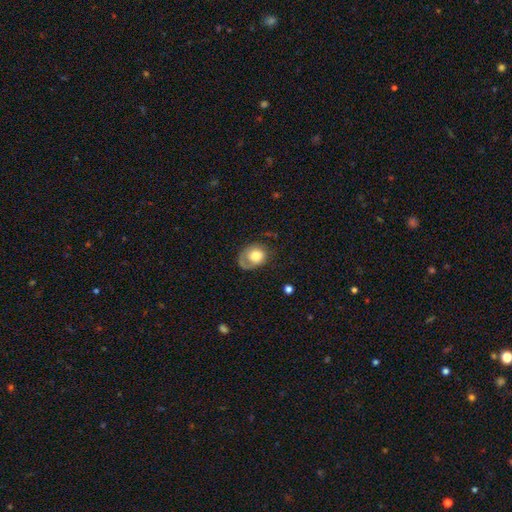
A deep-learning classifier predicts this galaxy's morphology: smooth_or_featured: smooth (p=0.66) [alt: featured or disk p=0.26]
how_rounded: round (p=0.52) [alt: in between p=0.47]
merging: none (p=0.45) [alt: minor disturbance p=0.27]